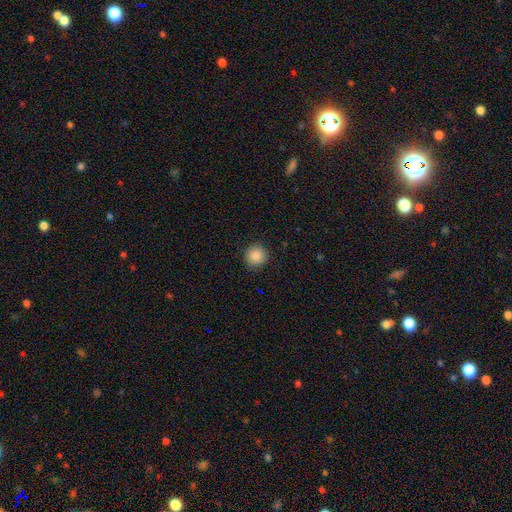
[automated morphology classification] Smooth or featured? Predicted: smooth (p=0.88). How rounded? Predicted: round (p=0.93). Merging? Predicted: none (p=0.91).